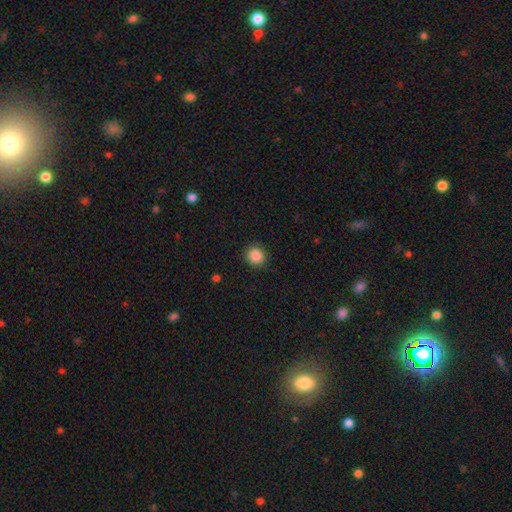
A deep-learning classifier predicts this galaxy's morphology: smooth 87%, star or artifact 10%, featured or disk 3%. Down the decision tree: how rounded — round (88%); merging — none (90%).